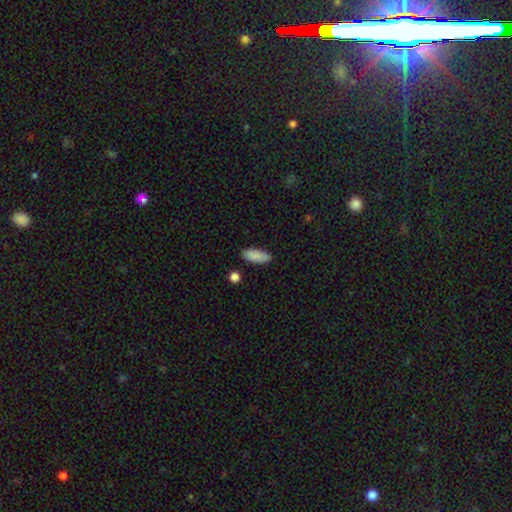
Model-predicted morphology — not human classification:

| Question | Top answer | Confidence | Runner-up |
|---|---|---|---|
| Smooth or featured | smooth | 88% | star or artifact (6%) |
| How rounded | in between | 76% | cigar-shaped (22%) |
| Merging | none | 82% | minor disturbance (12%) |